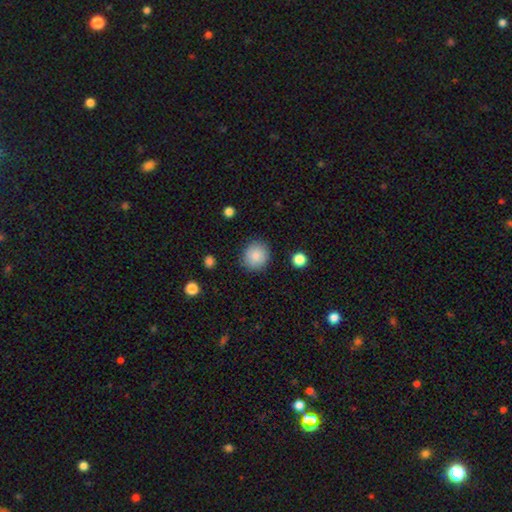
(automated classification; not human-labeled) Q: Smooth or featured?
A: smooth (86%); runner-up: star or artifact (8%)
Q: How rounded?
A: round (88%); runner-up: in between (11%)
Q: Merging?
A: none (87%); runner-up: minor disturbance (9%)